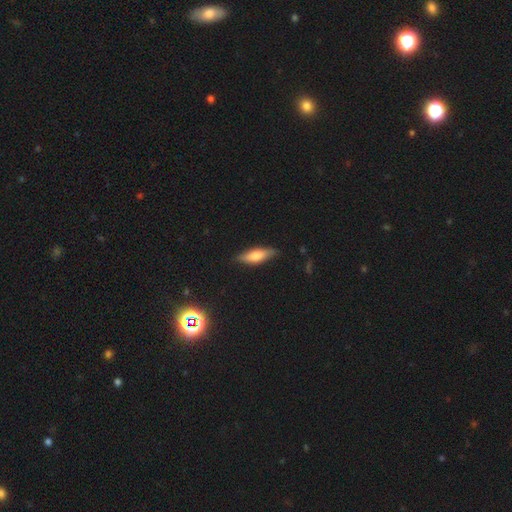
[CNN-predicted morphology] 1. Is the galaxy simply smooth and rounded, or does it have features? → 62% smooth, 31% featured or disk, 7% star or artifact.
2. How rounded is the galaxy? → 51% cigar-shaped, 46% in between, 2% round.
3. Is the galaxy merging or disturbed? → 83% none, 13% minor disturbance, 2% major disturbance, 1% merger.